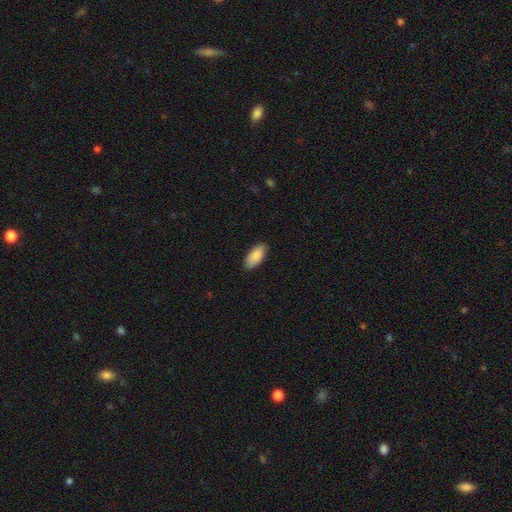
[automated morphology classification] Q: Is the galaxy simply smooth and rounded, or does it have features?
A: smooth — 89%.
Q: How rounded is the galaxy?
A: in between — 89%.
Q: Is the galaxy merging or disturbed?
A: none — 86%.